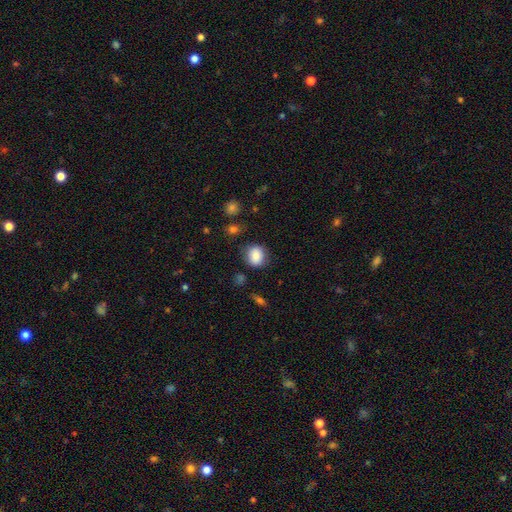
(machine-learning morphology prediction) Smooth or featured: smooth — 83% (star or artifact — 9%)
How rounded: round — 72% (in between — 27%)
Merging: none — 80% (minor disturbance — 14%)